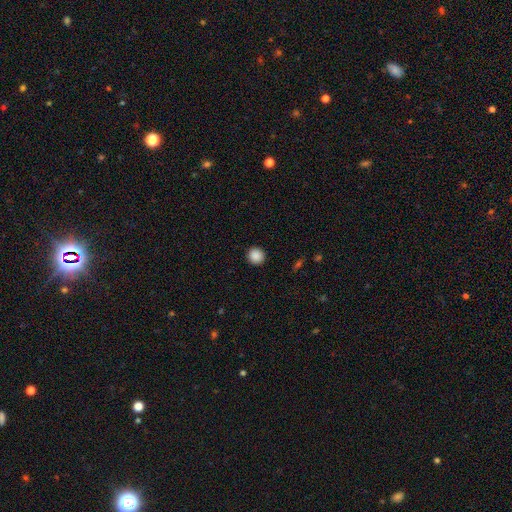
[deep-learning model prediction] Smooth or featured? smooth (89%)
How rounded? round (93%)
Merging? none (93%)